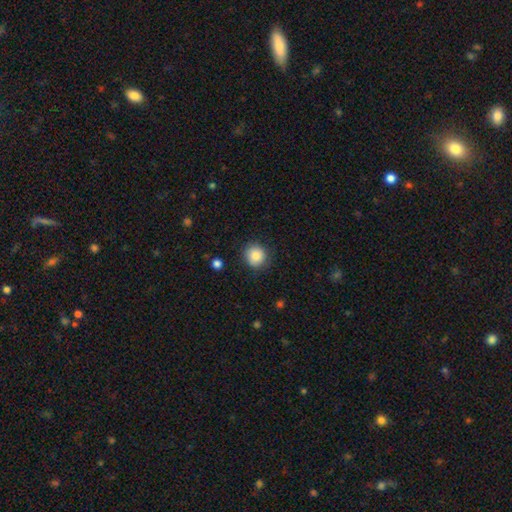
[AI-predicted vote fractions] This is clearly a smooth galaxy (86%). How rounded: clearly round (92%). Merging: clearly none (86%).